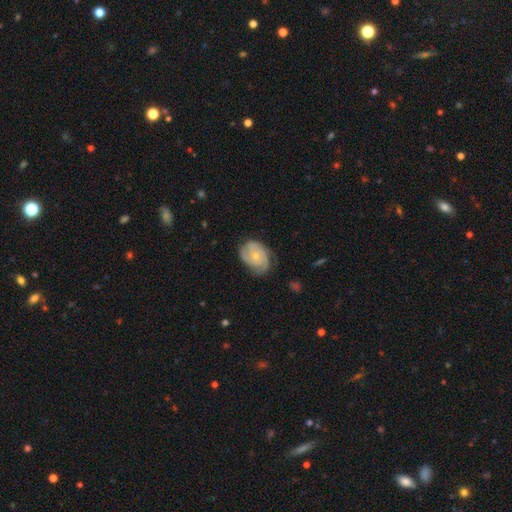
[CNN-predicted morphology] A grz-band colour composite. It shows a featured or disk galaxy (77%) with no bar (75%), 3 (39%) tight (58%) spiral arms (95%) and a small central bulge (60%). Merging: none (68%).